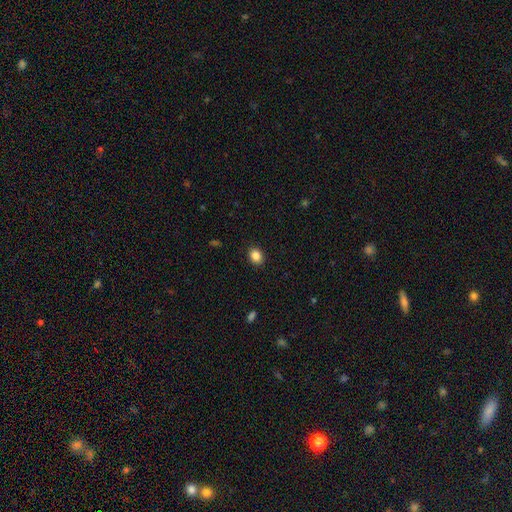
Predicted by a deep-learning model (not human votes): This appears to be a smooth galaxy with no disk features (87%) that is in between round and cigar-shaped (61%). Merging: none (89%).